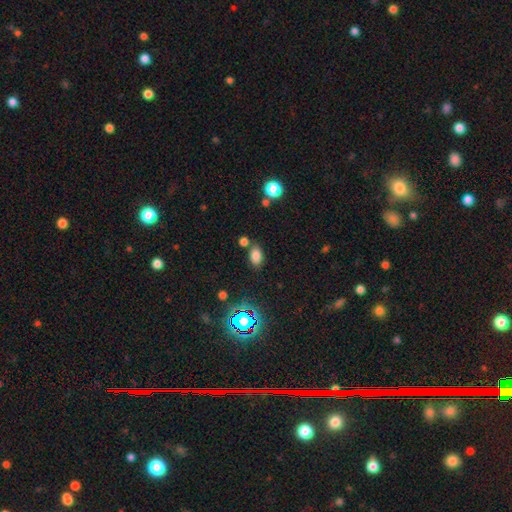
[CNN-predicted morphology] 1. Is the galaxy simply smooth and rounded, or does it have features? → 78% smooth, 15% star or artifact, 6% featured or disk.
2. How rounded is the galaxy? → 85% in between, 13% round, 2% cigar-shaped.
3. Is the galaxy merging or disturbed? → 71% none, 13% merger, 13% minor disturbance, 4% major disturbance.